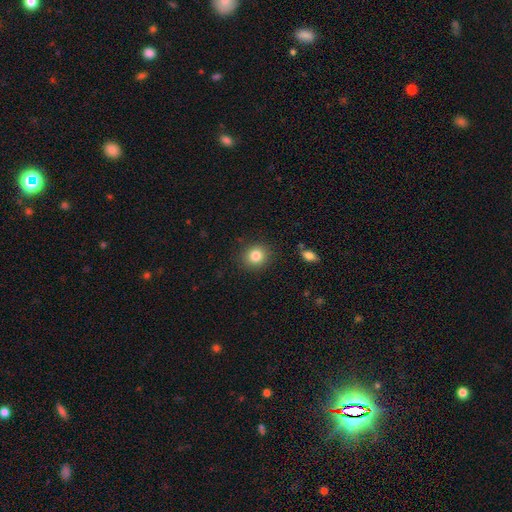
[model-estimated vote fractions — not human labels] The model was most divided on "how rounded": round: 82%, in between: 17%, cigar-shaped: 1%. More confident: merging — none (89%); smooth or featured — smooth (83%).